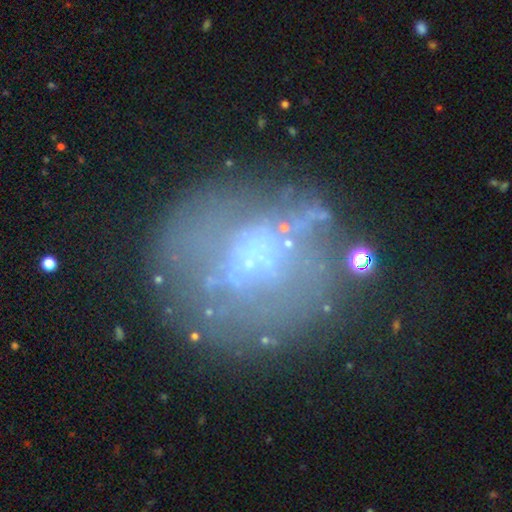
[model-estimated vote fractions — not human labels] This is possibly a featured or disk galaxy (47%). Merging: possibly none (60%).